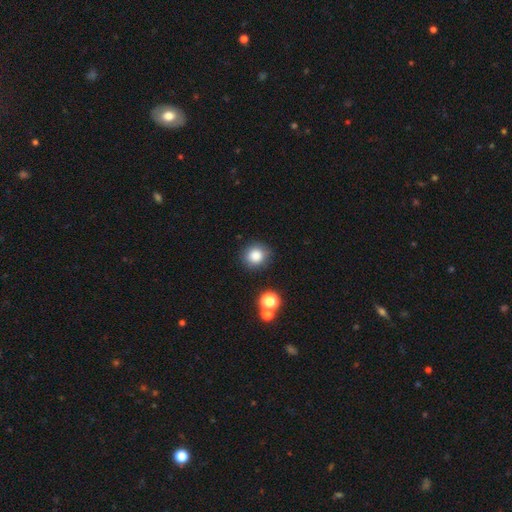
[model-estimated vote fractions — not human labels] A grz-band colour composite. It shows a smooth galaxy with no disk features (83%) that is round (88%). Merging: none (85%).